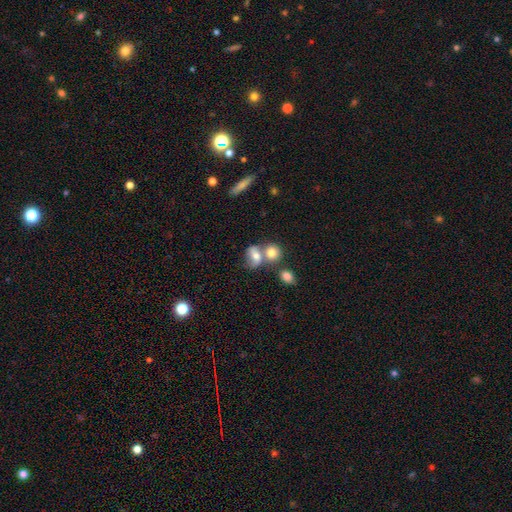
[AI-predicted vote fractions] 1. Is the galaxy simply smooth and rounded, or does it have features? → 69% smooth, 20% featured or disk, 10% star or artifact.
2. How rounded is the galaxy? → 59% in between, 38% round, 3% cigar-shaped.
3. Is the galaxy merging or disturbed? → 51% merger, 30% none, 12% minor disturbance, 7% major disturbance.